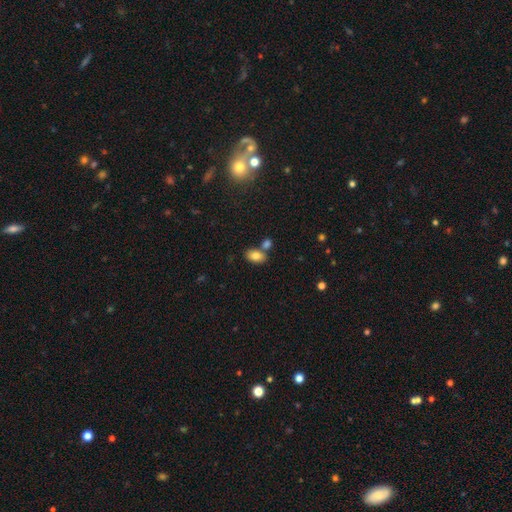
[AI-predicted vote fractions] smooth 82%, featured or disk 10%, star or artifact 9%. Down the decision tree: how rounded — in between (88%); merging — none (62%).